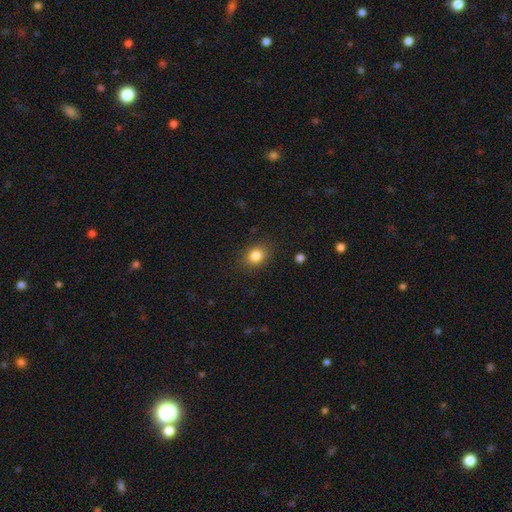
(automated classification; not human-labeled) Smooth or featured: smooth — 84% (star or artifact — 10%)
How rounded: in between — 52% (round — 47%)
Merging: none — 86% (minor disturbance — 10%)